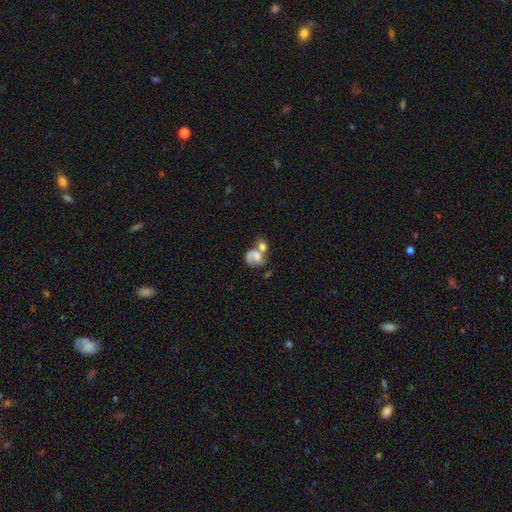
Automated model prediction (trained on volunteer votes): A featured or disk galaxy (51%) with no bar (69%), spiral arms (68%) and a moderate central bulge (36%).

Vote fractions:
- Smooth or featured? featured or disk: 51% / smooth: 39% / star or artifact: 9%
- Edge-on disk? no: 97% / yes: 3%
- Bar? no: 69% / weak: 24% / strong: 7%
- Spiral arms? yes: 68% / no: 32%
- Bulge size? moderate: 36% / small: 21% / none: 20% / large: 18% / dominant: 4%
- Merging? merger: 59% / none: 18% / major disturbance: 13% / minor disturbance: 10%